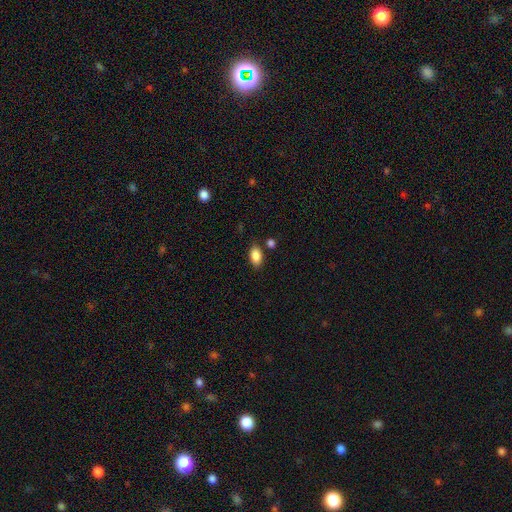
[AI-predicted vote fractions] Overall: smooth (88%). How rounded: in between (91%). Merging: none (80%).